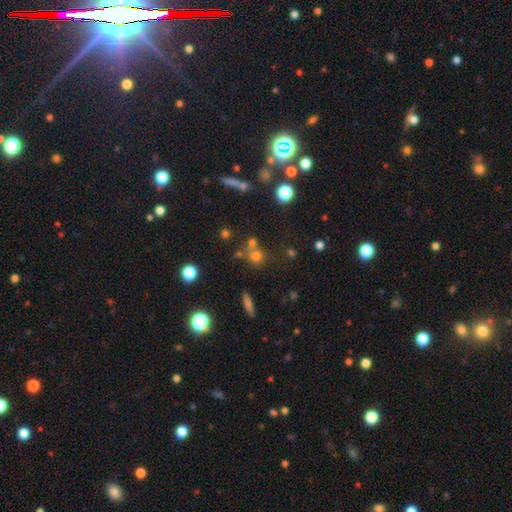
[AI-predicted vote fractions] smooth_or_featured: smooth (p=0.66) [alt: star or artifact p=0.22]
how_rounded: round (p=0.86) [alt: in between p=0.12]
merging: none (p=0.52) [alt: merger p=0.34]